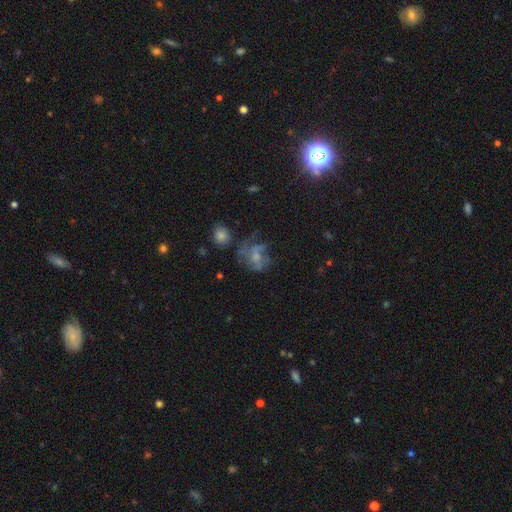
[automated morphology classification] Smooth or featured? Predicted: featured or disk (p=0.53). Edge-on disk? Predicted: no (p=0.97). Bar? Predicted: no (p=0.71). Spiral arms? Predicted: yes (p=0.53). Bulge size? Predicted: small (p=0.42). Merging? Predicted: none (p=0.38).